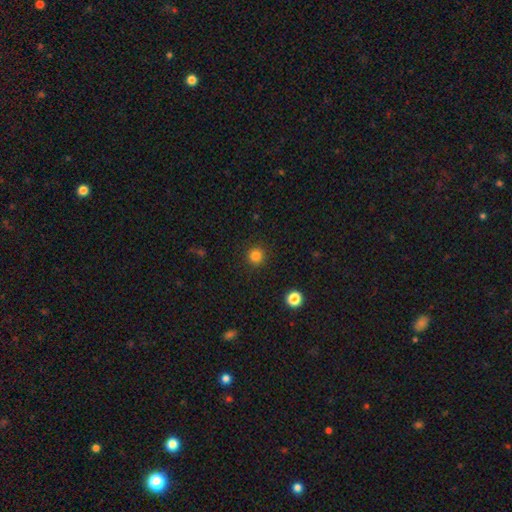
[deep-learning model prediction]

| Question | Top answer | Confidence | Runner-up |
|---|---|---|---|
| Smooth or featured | smooth | 83% | star or artifact (13%) |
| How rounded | round | 94% | in between (5%) |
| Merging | none | 91% | minor disturbance (5%) |